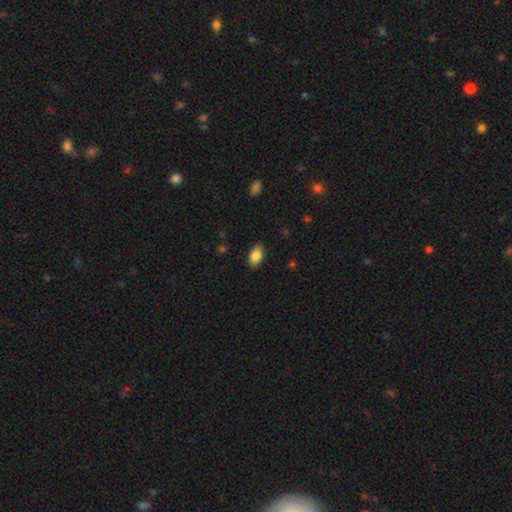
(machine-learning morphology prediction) smooth-or-featured: smooth: 86% | star or artifact: 7% | featured or disk: 7%
  how-rounded: in between: 92% | round: 6% | cigar-shaped: 2%
  merging: none: 88% | minor disturbance: 9% | major disturbance: 2% | merger: 1%